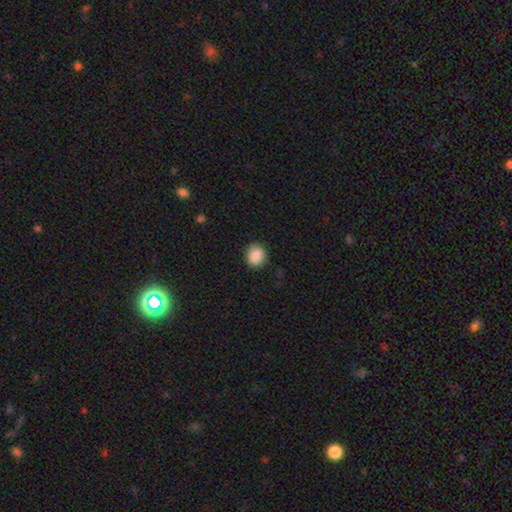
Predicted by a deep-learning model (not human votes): Smooth or featured?
  - smooth: 88% *
  - star or artifact: 8%
  - featured or disk: 4%
How rounded?
  - round: 63% *
  - in between: 36%
  - cigar-shaped: 1%
Merging?
  - none: 87% *
  - minor disturbance: 10%
  - major disturbance: 2%
  - merger: 1%